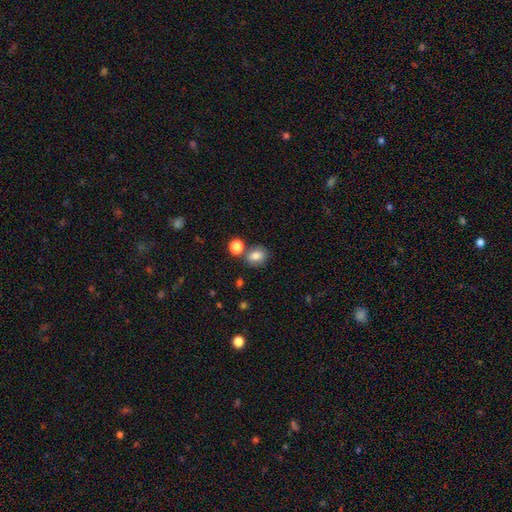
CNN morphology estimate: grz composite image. It shows a smooth galaxy with no disk features (78%) that is round (55%). Merging: none (68%).